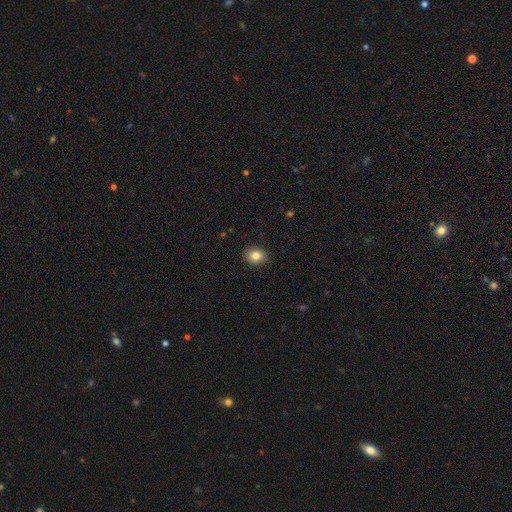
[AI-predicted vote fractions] The model was most divided on "how rounded": round: 54%, in between: 45%, cigar-shaped: 1%. More confident: merging — none (90%); smooth or featured — smooth (84%).